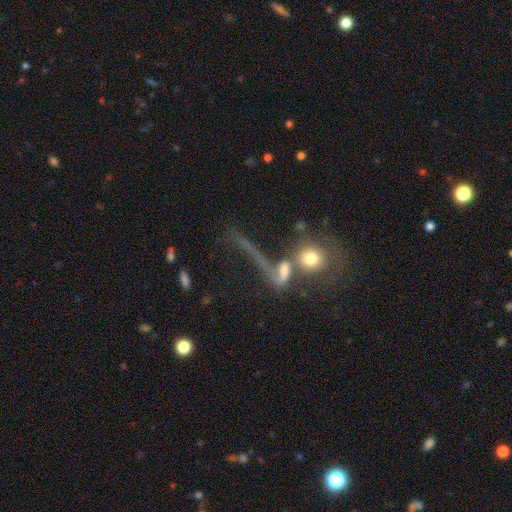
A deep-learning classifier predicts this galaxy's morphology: Overall: smooth (38%; featured or disk 37%). Merging: merger (37%, tied with none).